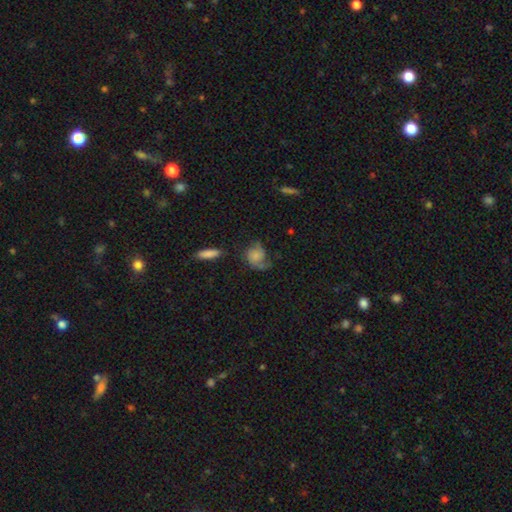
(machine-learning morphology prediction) smooth_or_featured: featured or disk (p=0.49) [alt: smooth p=0.42]
merging: none (p=0.46) [alt: minor disturbance p=0.26]